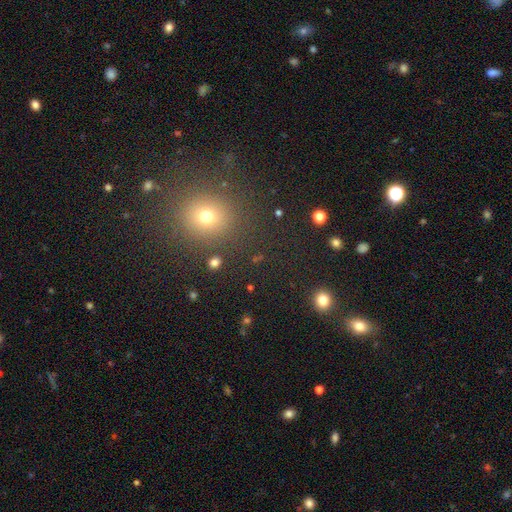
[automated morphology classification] Smooth or featured?
  - smooth: 58% *
  - star or artifact: 35%
  - featured or disk: 7%
How rounded?
  - round: 85% *
  - in between: 14%
  - cigar-shaped: 1%
Merging?
  - none: 88% *
  - minor disturbance: 6%
  - major disturbance: 3%
  - merger: 2%